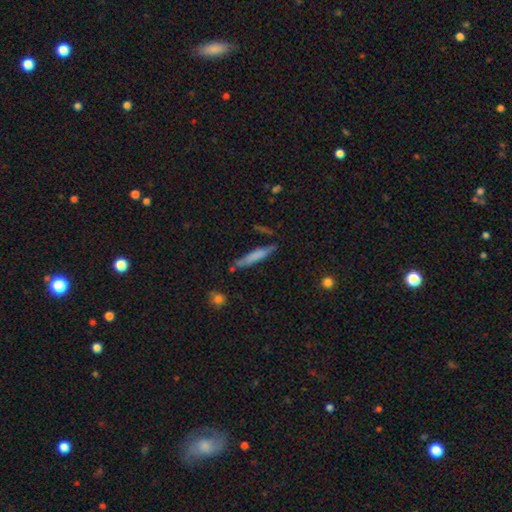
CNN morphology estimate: smooth_or_featured: smooth (p=0.65) [alt: featured or disk p=0.28]
how_rounded: cigar-shaped (p=0.91) [alt: in between p=0.08]
merging: none (p=0.73) [alt: minor disturbance p=0.18]